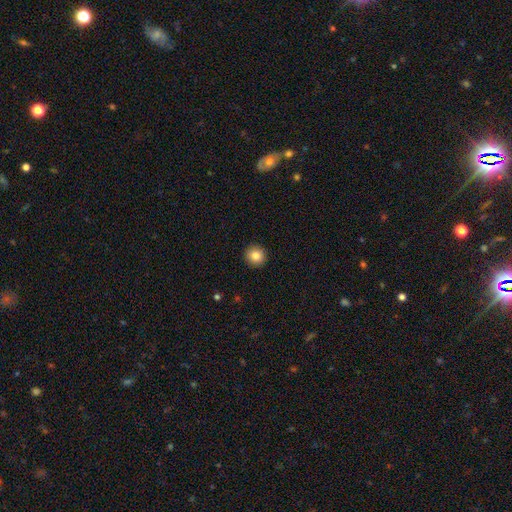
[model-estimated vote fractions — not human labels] This is clearly a smooth galaxy (84%). How rounded: clearly round (94%). Merging: clearly none (93%).